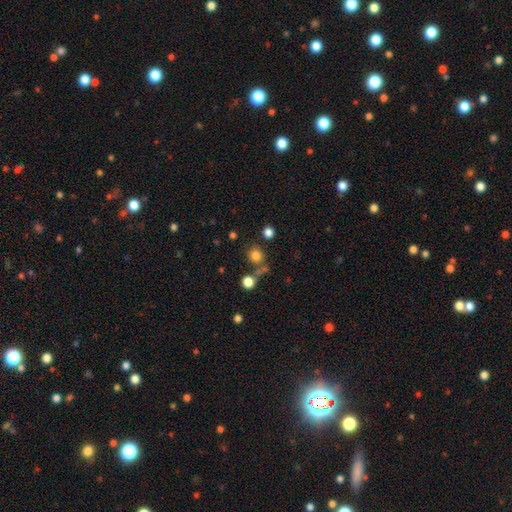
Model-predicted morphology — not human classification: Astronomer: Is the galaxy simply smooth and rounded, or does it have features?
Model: smooth — 79%.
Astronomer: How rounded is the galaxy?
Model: round — 89%.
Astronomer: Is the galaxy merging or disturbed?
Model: none — 71%.